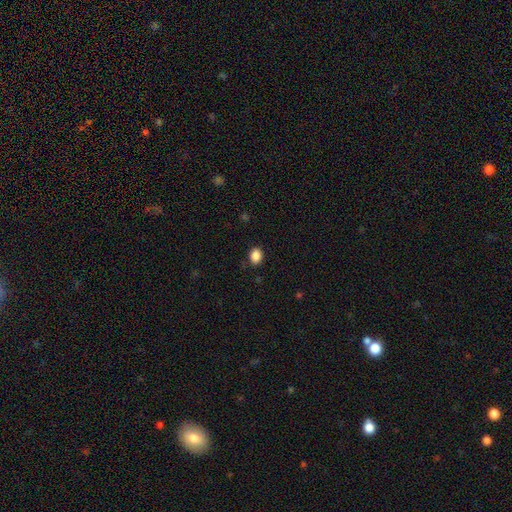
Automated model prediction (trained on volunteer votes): smooth-or-featured: smooth: 88% | star or artifact: 9% | featured or disk: 3%
  how-rounded: in between: 63% | round: 36% | cigar-shaped: 1%
  merging: none: 86% | minor disturbance: 10% | major disturbance: 2% | merger: 1%